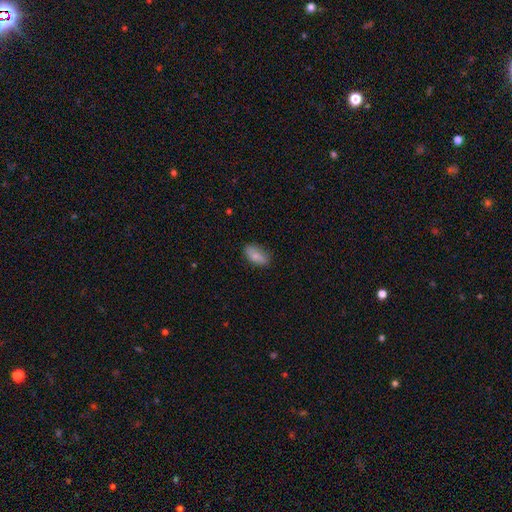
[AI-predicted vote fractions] This is likely a smooth galaxy (80%). How rounded: clearly in between (90%). Merging: likely none (76%).